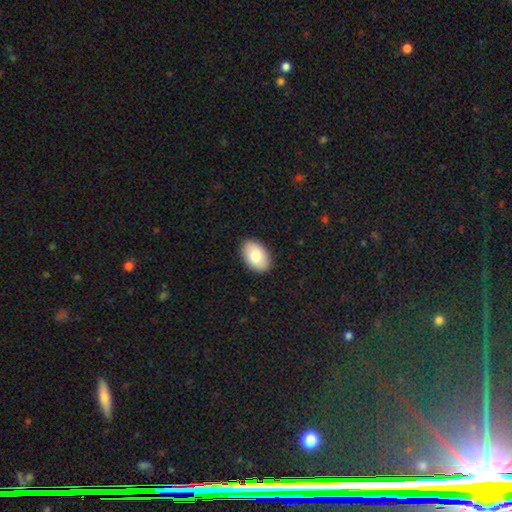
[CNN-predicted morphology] smooth 80%, featured or disk 14%, star or artifact 6%. Down the decision tree: how rounded — in between (91%); merging — none (89%).